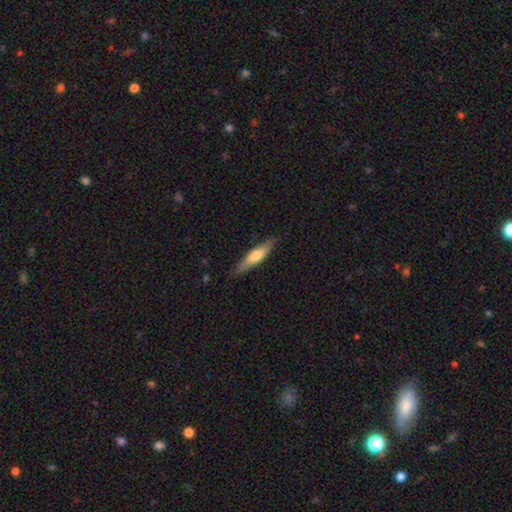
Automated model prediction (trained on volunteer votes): This is possibly a smooth galaxy (57%). How rounded: likely cigar-shaped (79%). Merging: clearly none (84%).